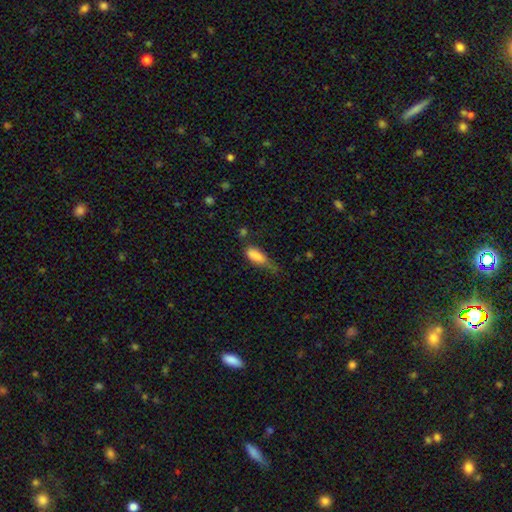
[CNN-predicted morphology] Q: Smooth or featured?
A: smooth (82%); runner-up: featured or disk (9%)
Q: How rounded?
A: in between (72%); runner-up: cigar-shaped (25%)
Q: Merging?
A: minor disturbance (42%); runner-up: none (28%)